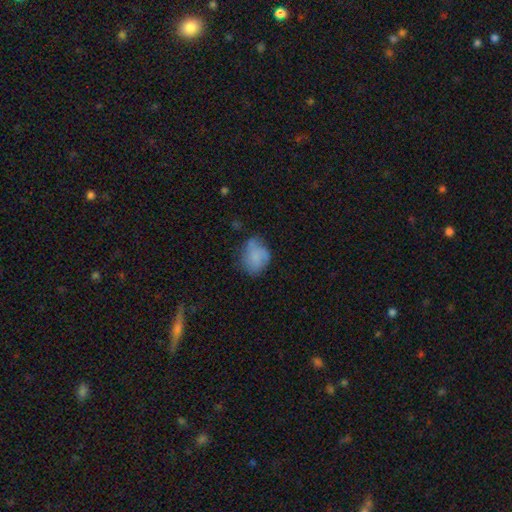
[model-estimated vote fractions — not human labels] This appears to be a smooth galaxy with no disk features (71%) that is in between round and cigar-shaped (50%). Merging: none (45%).